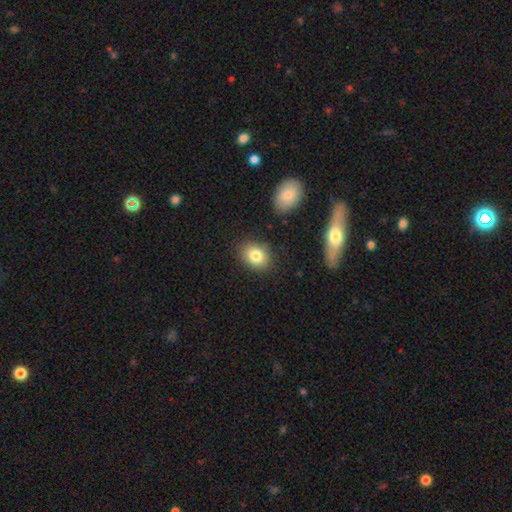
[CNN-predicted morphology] Smooth or featured: smooth — 81% (star or artifact — 10%)
How rounded: in between — 53% (round — 46%)
Merging: none — 85% (minor disturbance — 11%)